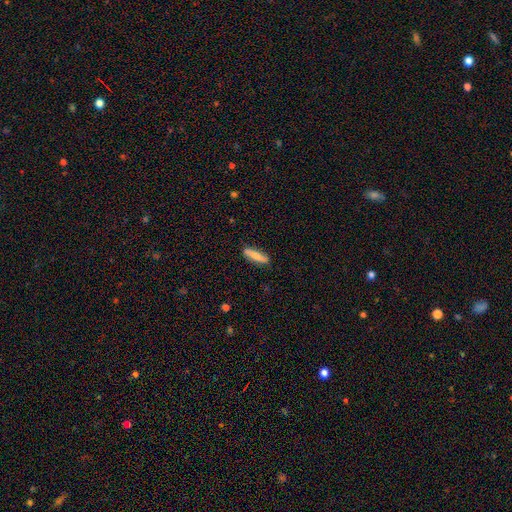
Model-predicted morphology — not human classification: smooth 67%, featured or disk 28%, star or artifact 6%. Down the decision tree: how rounded — cigar-shaped (74%); merging — none (85%).